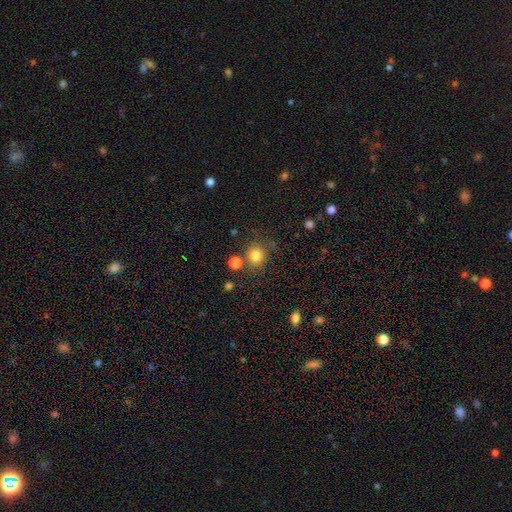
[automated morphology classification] Smooth or featured? smooth (81%)
How rounded? round (87%)
Merging? none (73%)